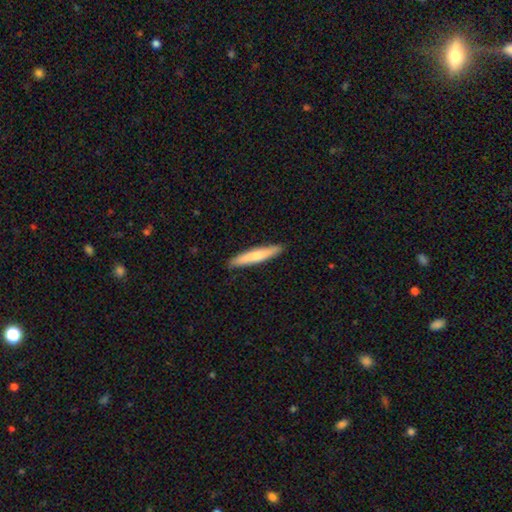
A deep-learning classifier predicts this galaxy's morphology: Smooth or featured? Predicted: smooth (p=0.69). How rounded? Predicted: cigar-shaped (p=0.92). Merging? Predicted: none (p=0.90).